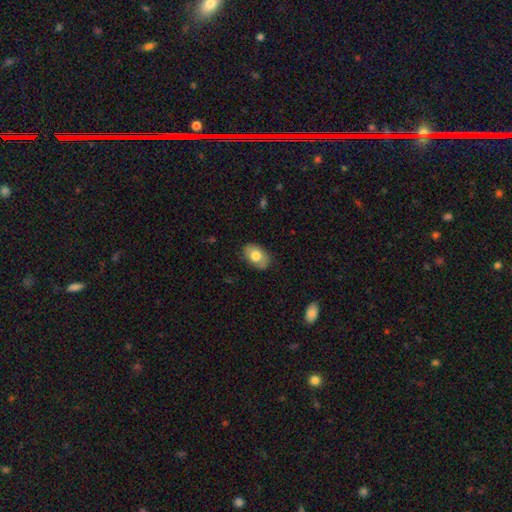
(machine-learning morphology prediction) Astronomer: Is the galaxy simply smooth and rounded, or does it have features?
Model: smooth — 69%.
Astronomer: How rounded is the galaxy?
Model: in between — 87%.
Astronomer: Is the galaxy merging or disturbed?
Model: none — 79%.